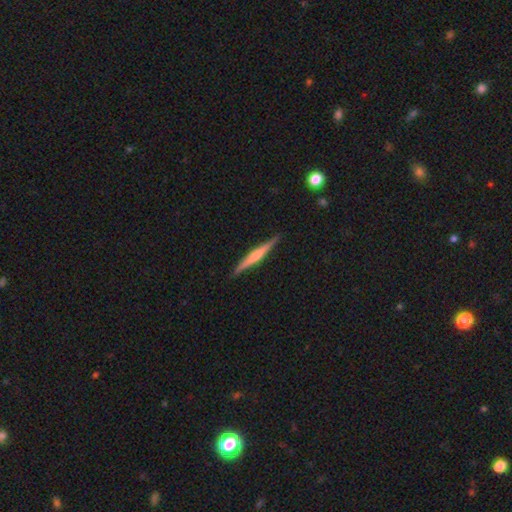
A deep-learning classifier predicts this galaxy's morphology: This is possibly a featured or disk galaxy (59%). It is clearly viewed edge-on (98%). Edge-on bulge: possibly rounded (54%). Merging: clearly none (90%).